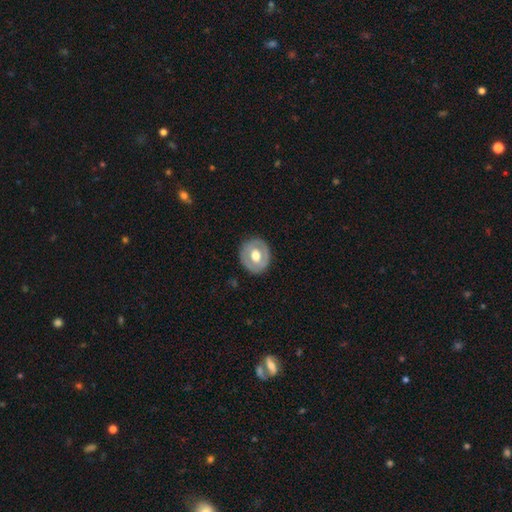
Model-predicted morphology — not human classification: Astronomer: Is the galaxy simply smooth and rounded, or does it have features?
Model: featured or disk — 49% (runner-up: smooth, 45%).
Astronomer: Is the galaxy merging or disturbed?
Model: none — 86%.